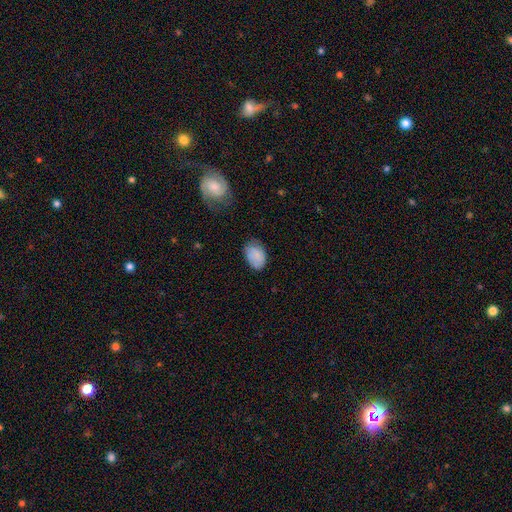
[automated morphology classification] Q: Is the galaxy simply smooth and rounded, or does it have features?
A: smooth — 83%.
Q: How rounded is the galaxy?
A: in between — 86%.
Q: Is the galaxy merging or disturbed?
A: none — 63%.